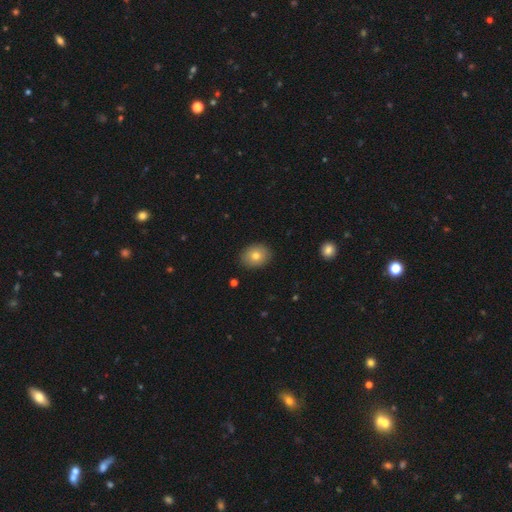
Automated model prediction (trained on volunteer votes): Smooth or featured? smooth (79%)
How rounded? in between (52%)
Merging? none (89%)